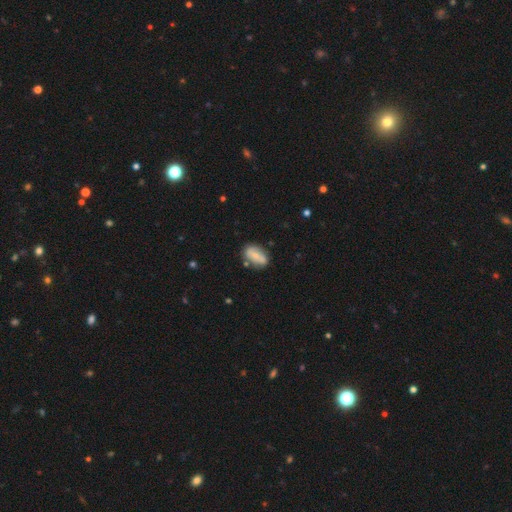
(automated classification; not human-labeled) Morphology: type=smooth (60%); roundness=in between (87%); merging=none (73%).